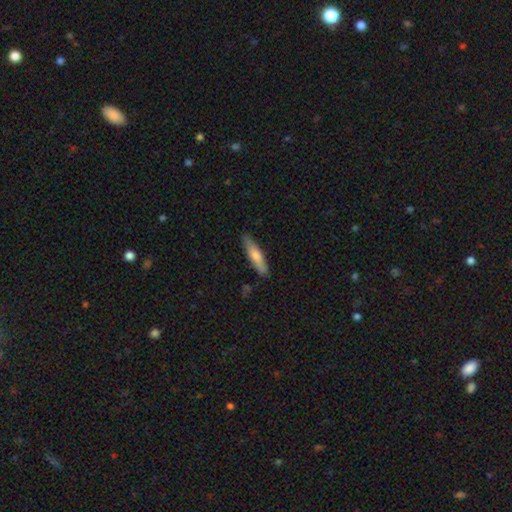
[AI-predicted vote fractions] smooth 61%, featured or disk 33%, star or artifact 6%. Down the decision tree: how rounded — cigar-shaped (83%); merging — none (87%).